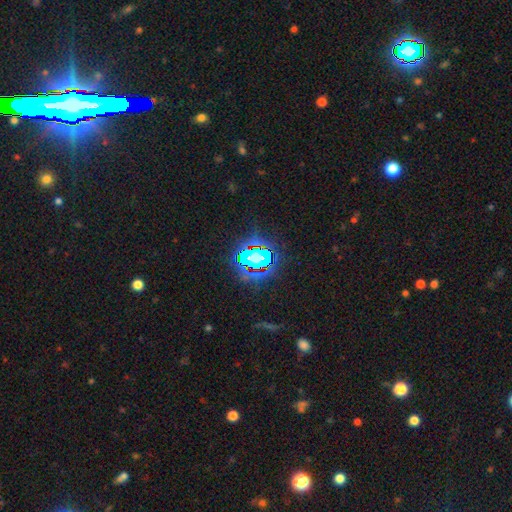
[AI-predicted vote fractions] Smooth or featured: star or artifact — 81% (smooth — 11%)